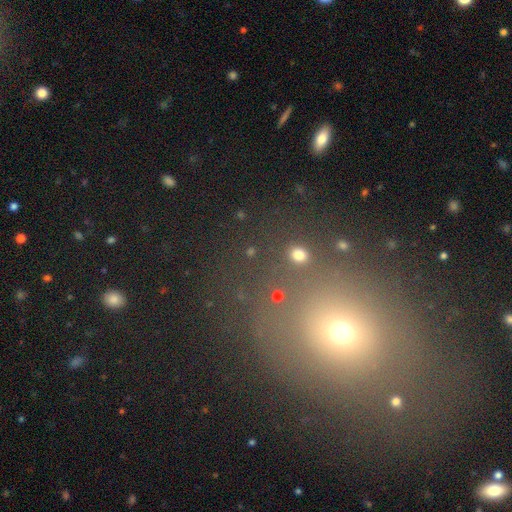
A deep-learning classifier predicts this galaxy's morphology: Overall: smooth (55%; star or artifact 33%). How rounded: round (56%; in between 43%). Merging: none (77%).